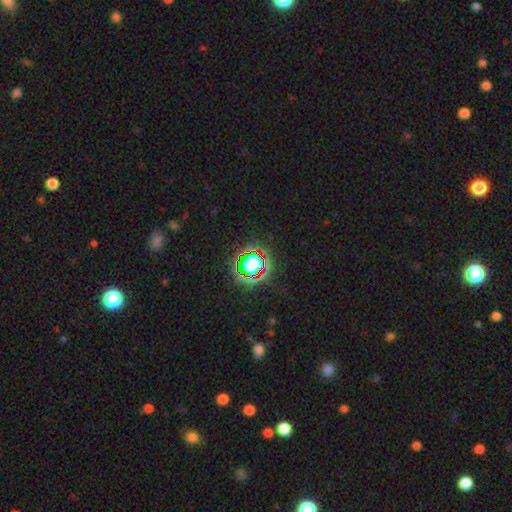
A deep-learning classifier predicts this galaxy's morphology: This is likely a star or artifact rather than a galaxy (78%).